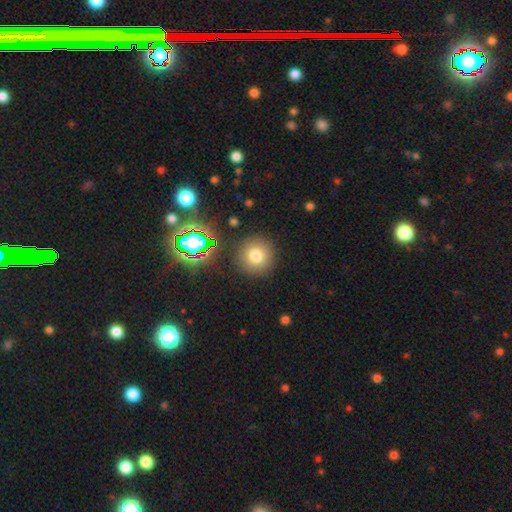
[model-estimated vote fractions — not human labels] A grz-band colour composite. It shows a smooth galaxy with no disk features (74%) that is round (94%). Merging: none (89%).